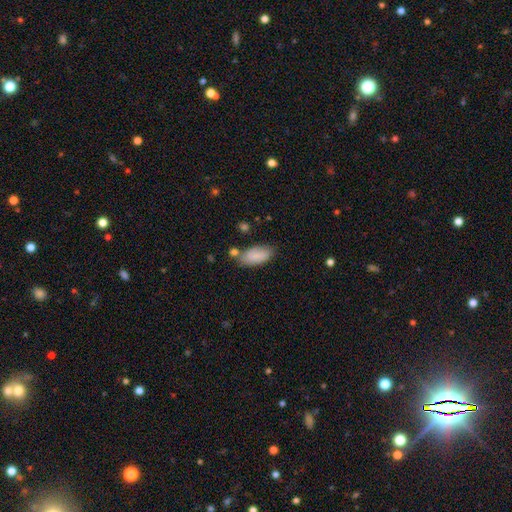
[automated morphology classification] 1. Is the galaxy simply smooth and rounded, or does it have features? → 82% smooth, 11% featured or disk, 7% star or artifact.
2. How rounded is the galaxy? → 91% in between, 6% cigar-shaped, 3% round.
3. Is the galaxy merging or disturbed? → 65% none, 20% minor disturbance, 10% merger, 5% major disturbance.